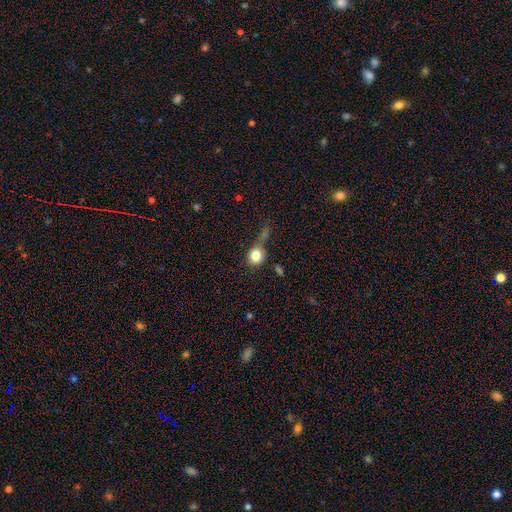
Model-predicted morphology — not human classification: type=smooth (78%); roundness=round (81%); merging=none (43%).